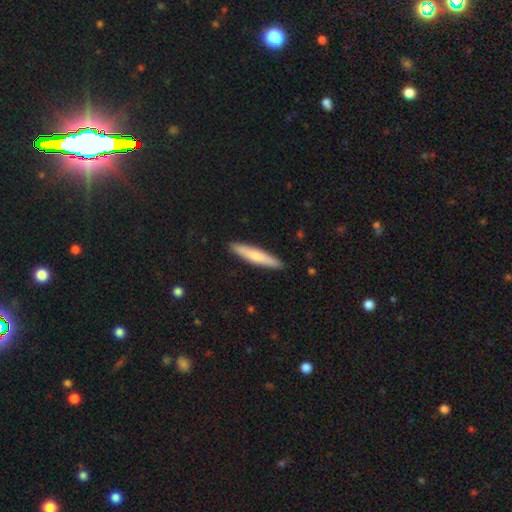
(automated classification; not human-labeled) This appears to be a smooth galaxy with no disk features (71%) that is cigar-shaped (91%). Merging: none (90%).